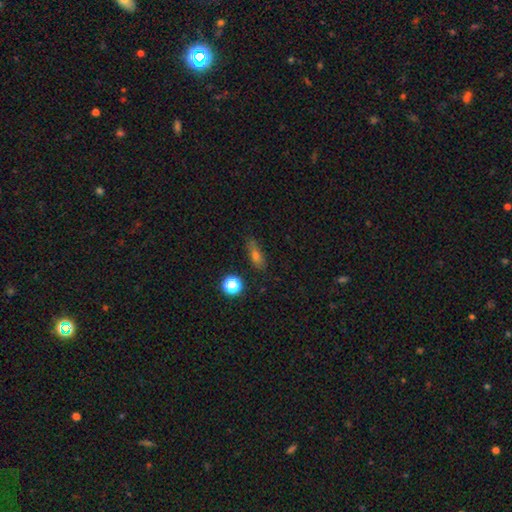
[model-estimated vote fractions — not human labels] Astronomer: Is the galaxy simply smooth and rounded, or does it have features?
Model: smooth — 63%.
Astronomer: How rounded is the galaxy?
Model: in between — 53% (runner-up: cigar-shaped, 36%).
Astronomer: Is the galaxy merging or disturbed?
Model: none — 77%.